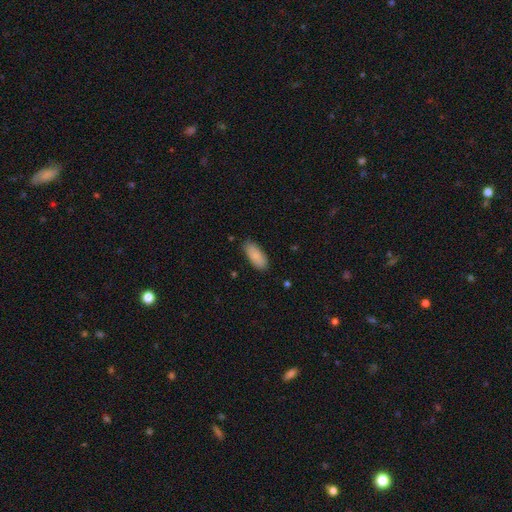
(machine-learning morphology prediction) Smooth or featured: smooth — 87% (featured or disk — 7%)
How rounded: in between — 84% (cigar-shaped — 14%)
Merging: none — 83% (minor disturbance — 14%)